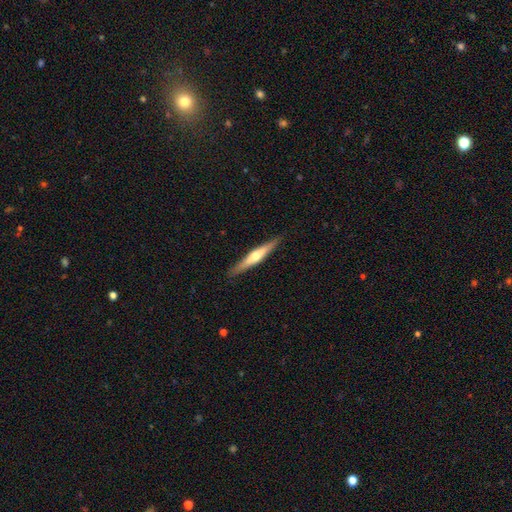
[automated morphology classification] This appears to be a featured or disk galaxy (63%) viewed edge-on (96%) with a rounded central bulge (88%). Merging: none (90%).